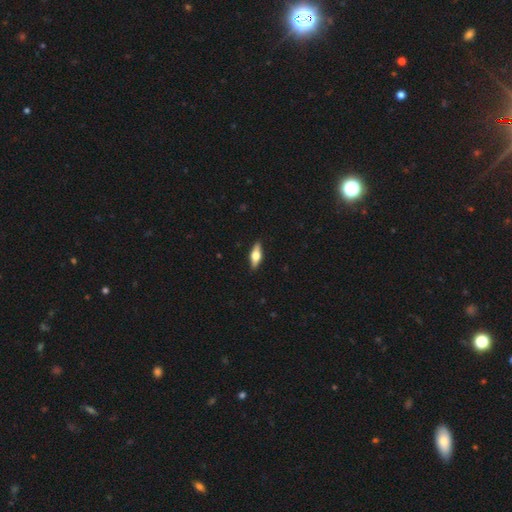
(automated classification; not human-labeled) The model was most divided on "smooth or featured": featured or disk: 49%, smooth: 45%, star or artifact: 6%. More confident: merging — none (89%).